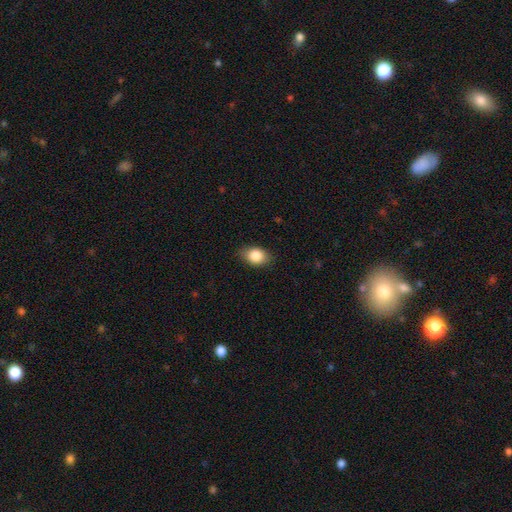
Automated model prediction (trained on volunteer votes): Smooth or featured: smooth — 85% (star or artifact — 8%)
How rounded: in between — 76% (round — 22%)
Merging: none — 81% (minor disturbance — 15%)